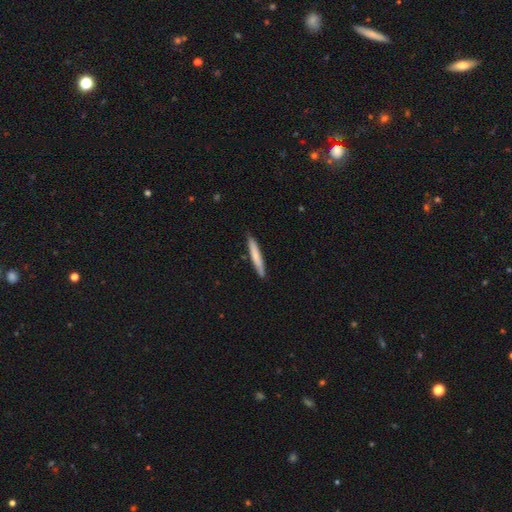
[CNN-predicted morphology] smooth_or_featured: smooth (p=0.72) [alt: featured or disk p=0.23]
how_rounded: cigar-shaped (p=0.94) [alt: in between p=0.05]
merging: none (p=0.88) [alt: minor disturbance p=0.09]